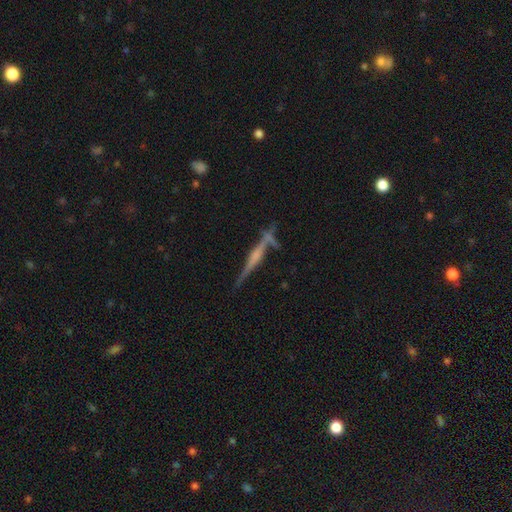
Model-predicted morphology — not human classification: type=featured or disk (73%); edge-on=yes (96%); edge-on bulge=rounded (58%); merging=none (71%).